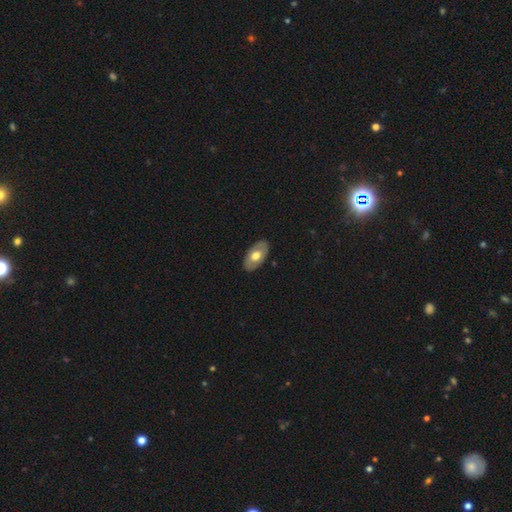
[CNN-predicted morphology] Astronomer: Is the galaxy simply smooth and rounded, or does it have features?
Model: smooth — 56% (runner-up: featured or disk, 39%).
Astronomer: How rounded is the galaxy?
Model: in between — 93%.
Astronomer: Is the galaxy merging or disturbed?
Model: none — 87%.